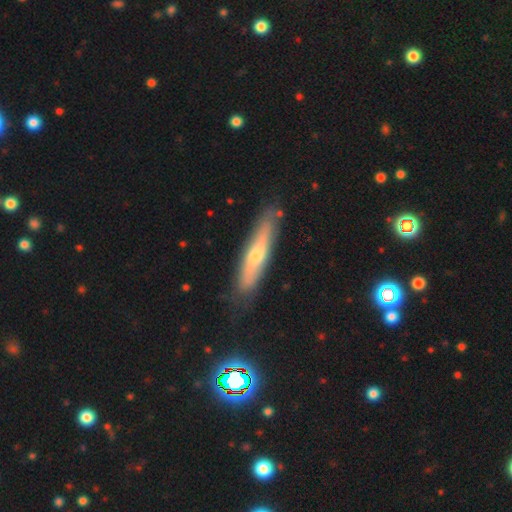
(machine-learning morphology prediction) This appears to be a featured or disk galaxy (49%). Merging: none (80%).